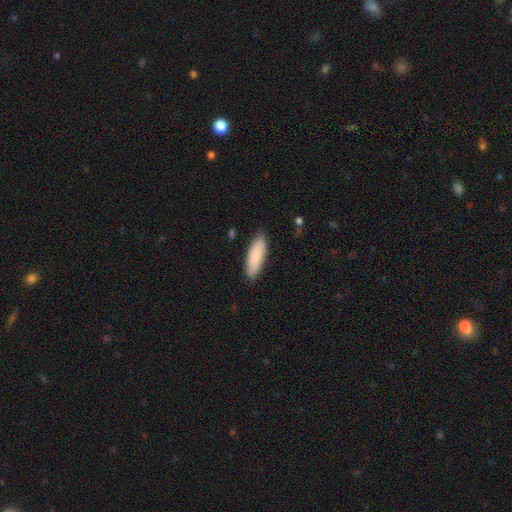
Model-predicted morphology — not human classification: The model was most divided on "how rounded": in between: 56%, cigar-shaped: 42%, round: 1%. More confident: smooth or featured — smooth (87%); merging — none (87%).